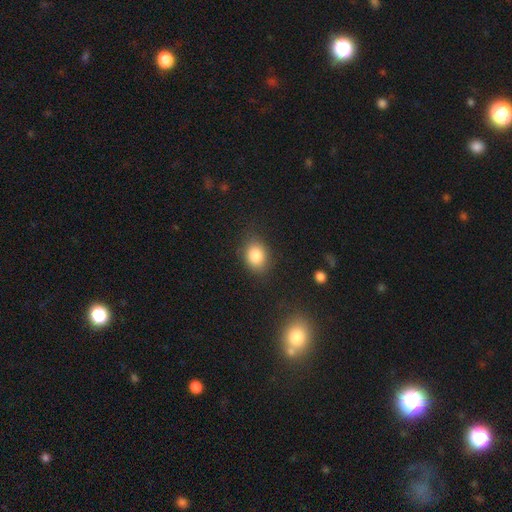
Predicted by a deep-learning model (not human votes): Smooth or featured: smooth — 84% (star or artifact — 10%)
How rounded: in between — 59% (round — 40%)
Merging: none — 81% (minor disturbance — 13%)